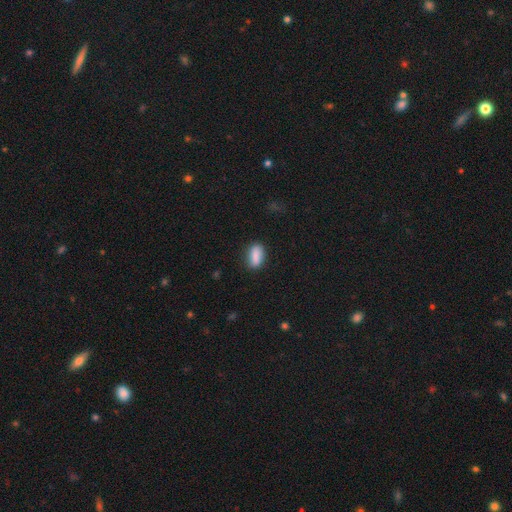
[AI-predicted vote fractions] The model was most divided on "merging": none: 82%, minor disturbance: 13%, major disturbance: 3%, merger: 2%. More confident: smooth or featured — smooth (87%); how rounded — in between (82%).